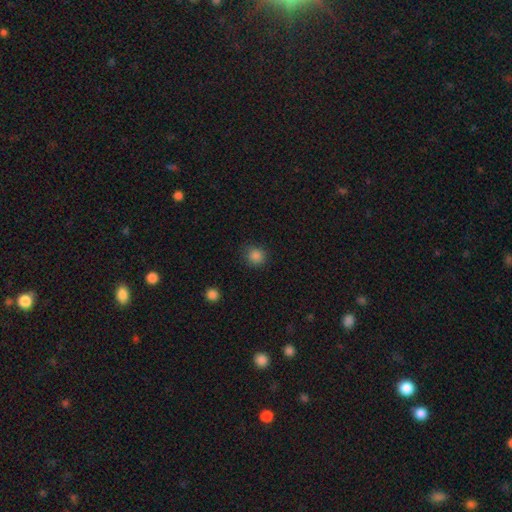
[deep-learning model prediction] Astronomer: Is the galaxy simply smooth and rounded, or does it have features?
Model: smooth — 85%.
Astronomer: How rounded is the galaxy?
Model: round — 89%.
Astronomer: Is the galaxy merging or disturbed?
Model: none — 87%.